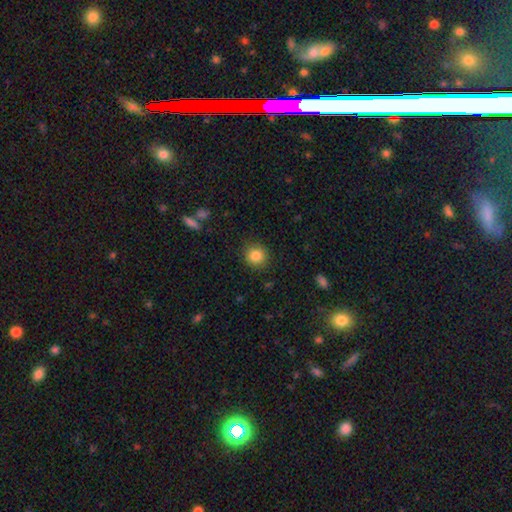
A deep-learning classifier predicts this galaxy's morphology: Smooth or featured? Predicted: smooth (p=0.85). How rounded? Predicted: round (p=0.90). Merging? Predicted: none (p=0.89).